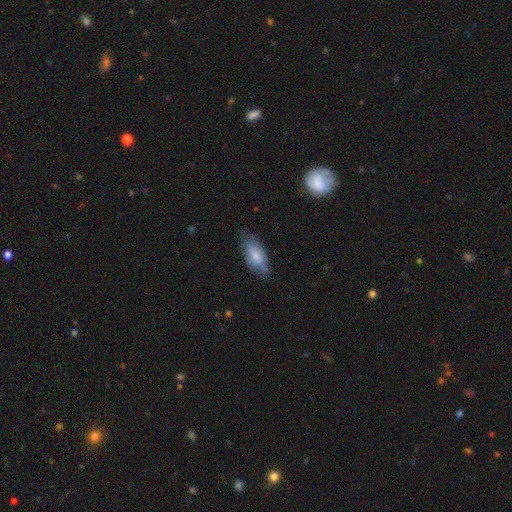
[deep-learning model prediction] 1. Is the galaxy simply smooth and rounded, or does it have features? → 74% smooth, 20% featured or disk, 6% star or artifact.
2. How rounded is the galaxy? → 85% in between, 13% cigar-shaped, 2% round.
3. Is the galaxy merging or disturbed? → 65% none, 27% minor disturbance, 6% major disturbance, 1% merger.